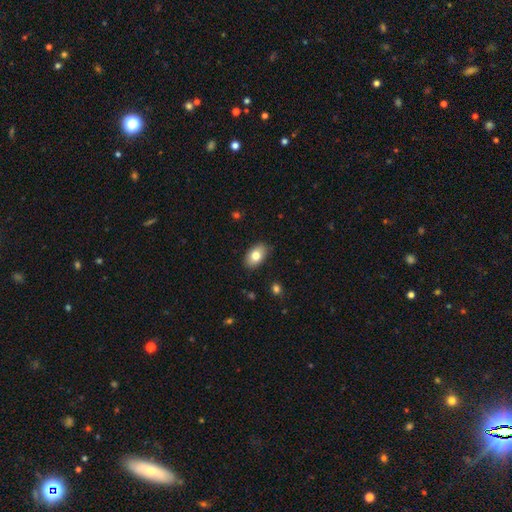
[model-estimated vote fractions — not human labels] smooth 79%, featured or disk 13%, star or artifact 8%. Down the decision tree: how rounded — in between (90%); merging — none (86%).